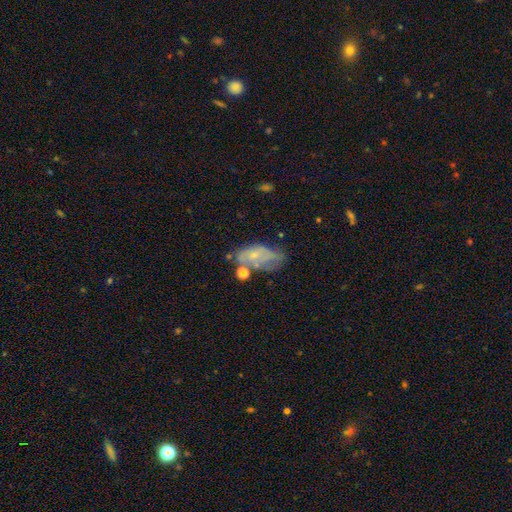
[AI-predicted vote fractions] Smooth or featured? smooth (47%)
Merging? none (34%)